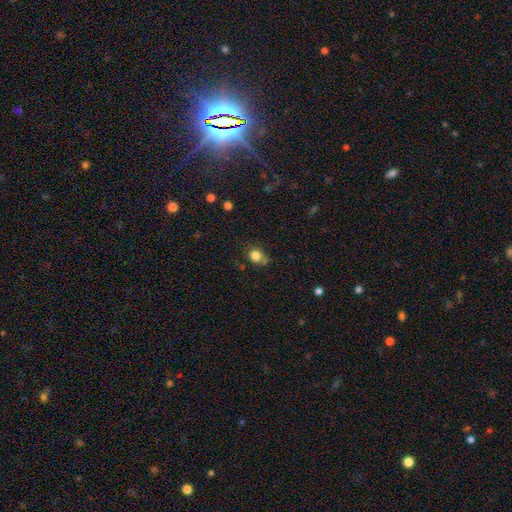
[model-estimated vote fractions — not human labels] Morphology: type=smooth (82%); roundness=round (63%); merging=none (56%).